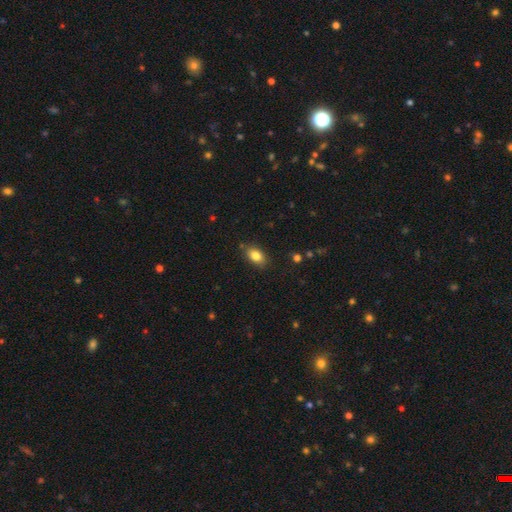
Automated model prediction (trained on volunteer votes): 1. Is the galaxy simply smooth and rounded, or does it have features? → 84% smooth, 8% star or artifact, 7% featured or disk.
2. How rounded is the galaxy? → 86% in between, 12% round, 2% cigar-shaped.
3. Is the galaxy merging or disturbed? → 82% none, 13% minor disturbance, 3% major disturbance, 2% merger.